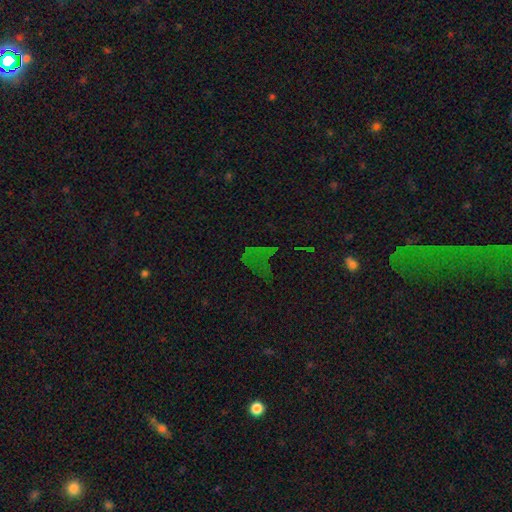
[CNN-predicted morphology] Smooth or featured? star or artifact (58%)